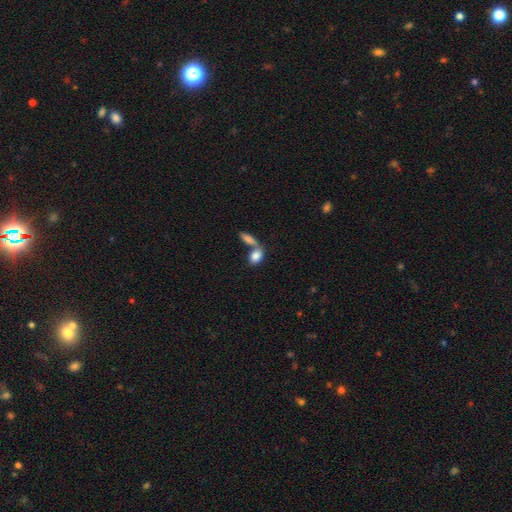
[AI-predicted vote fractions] smooth 84%, featured or disk 9%, star or artifact 7%. Down the decision tree: how rounded — in between (82%); merging — merger (53%).